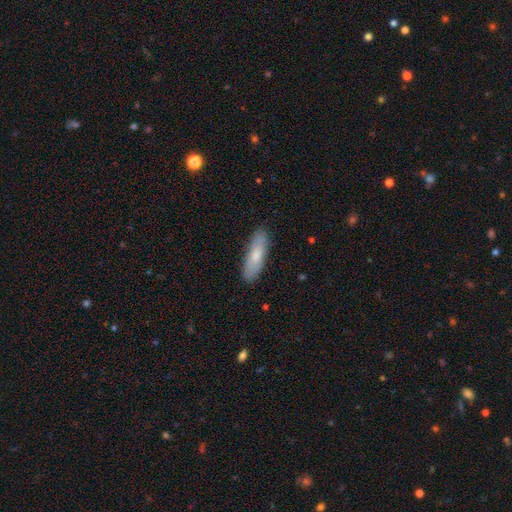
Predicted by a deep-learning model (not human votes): A smooth galaxy with no disk features (75%) that is cigar-shaped (55%). Merging: none (86%).